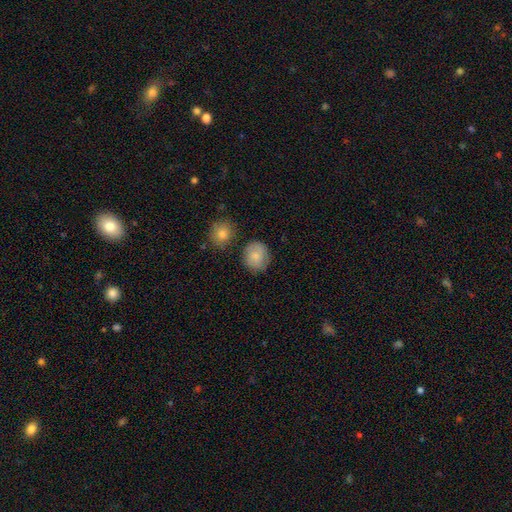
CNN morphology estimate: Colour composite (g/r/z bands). It shows a smooth galaxy with no disk features (76%) that is round (76%). Merging: none (75%).